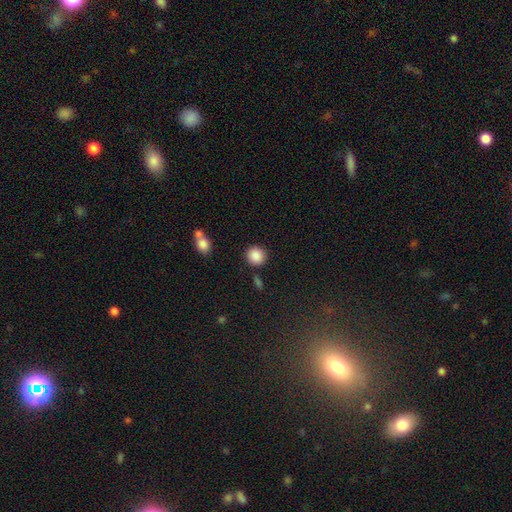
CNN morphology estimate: This is clearly a smooth galaxy (88%). How rounded: clearly round (89%). Merging: clearly none (84%).